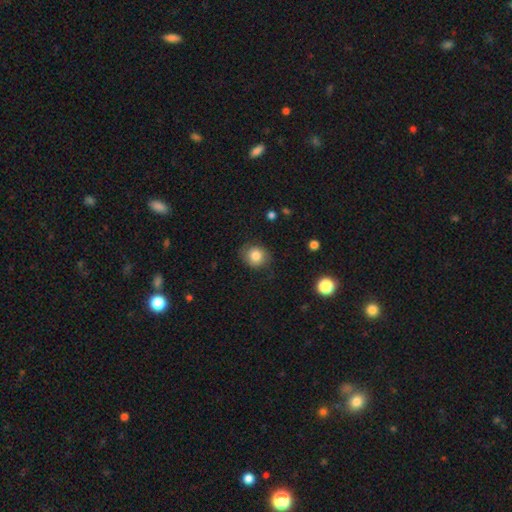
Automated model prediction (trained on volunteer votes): smooth_or_featured: smooth (p=0.80) [alt: featured or disk p=0.10]
how_rounded: round (p=0.77) [alt: in between p=0.22]
merging: none (p=0.77) [alt: minor disturbance p=0.16]